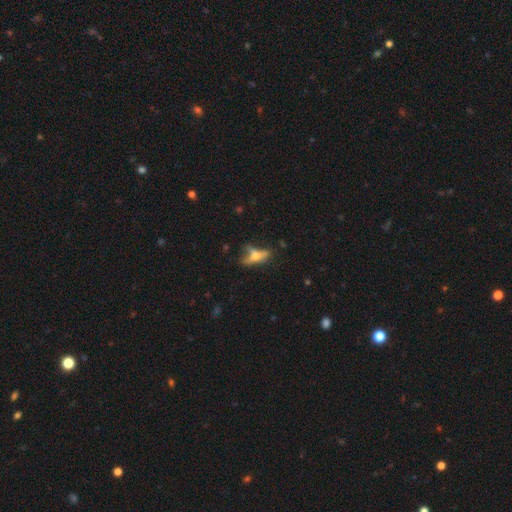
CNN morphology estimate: smooth_or_featured: featured or disk (p=0.46) [alt: smooth p=0.41]
merging: none (p=0.40) [alt: major disturbance p=0.26]